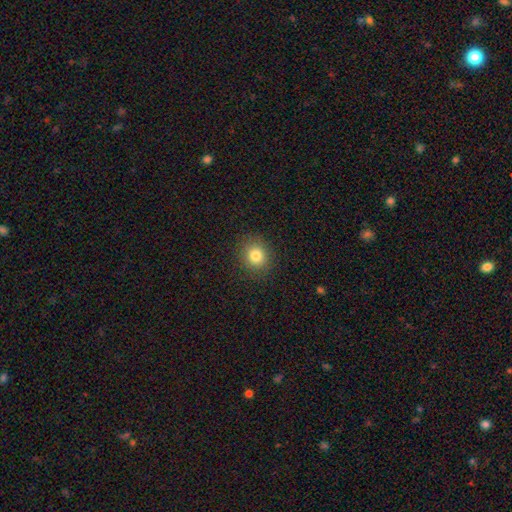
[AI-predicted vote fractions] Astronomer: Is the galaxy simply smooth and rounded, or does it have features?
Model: smooth — 82%.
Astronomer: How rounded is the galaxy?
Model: round — 84%.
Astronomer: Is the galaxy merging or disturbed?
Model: none — 89%.